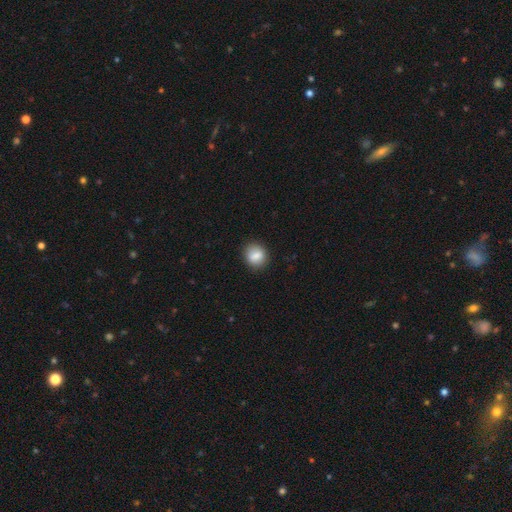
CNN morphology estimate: type=smooth (82%); roundness=round (73%); merging=none (86%).